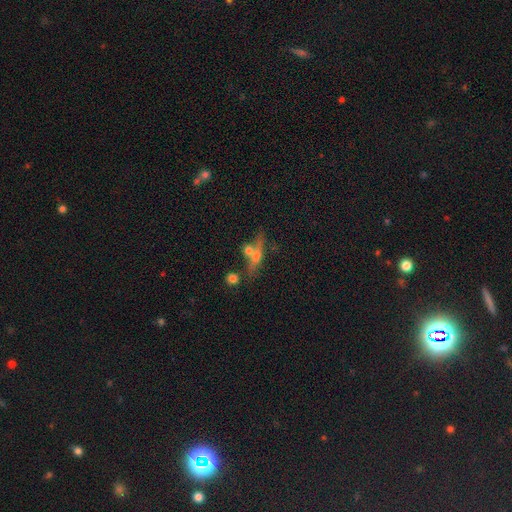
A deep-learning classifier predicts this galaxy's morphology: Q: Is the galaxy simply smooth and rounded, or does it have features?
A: featured or disk — 54%.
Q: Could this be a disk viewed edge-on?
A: yes — 83%.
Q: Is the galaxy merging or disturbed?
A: none — 58%.